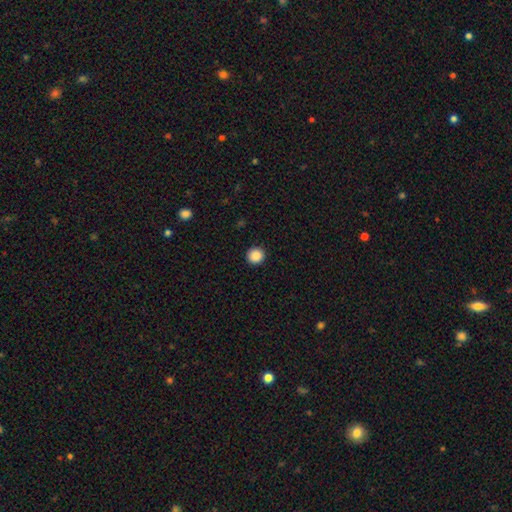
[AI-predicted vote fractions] Morphology: type=smooth (88%); roundness=round (95%); merging=none (93%).